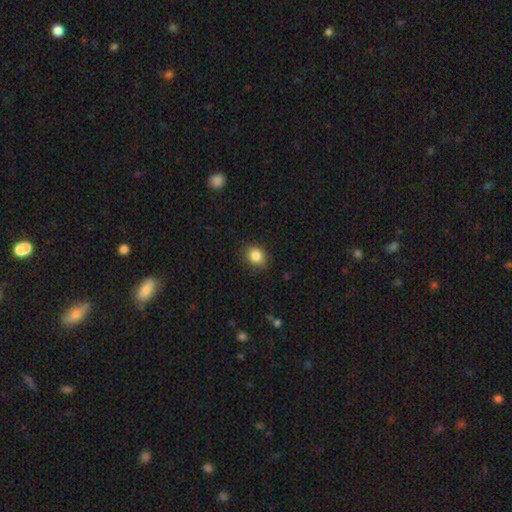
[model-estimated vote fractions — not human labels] The model was most divided on "how rounded": round: 62%, in between: 37%, cigar-shaped: 1%. More confident: smooth or featured — smooth (86%); merging — none (84%).